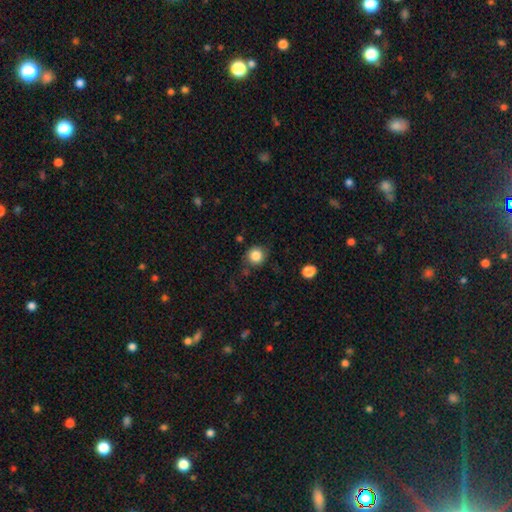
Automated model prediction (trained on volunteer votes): Morphology: type=smooth (84%); roundness=round (91%); merging=none (80%).